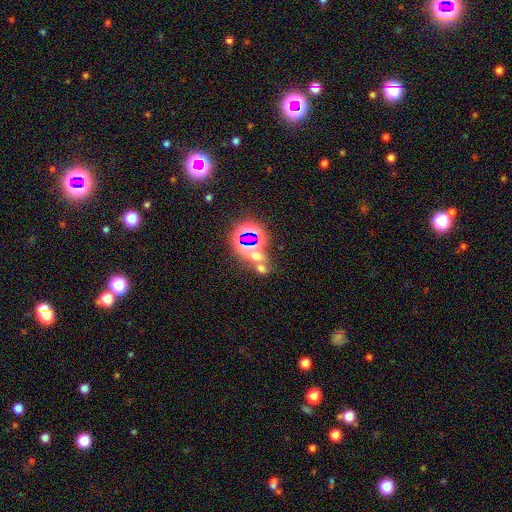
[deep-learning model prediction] A star or artifact, not a galaxy (52%).

Vote fractions:
- Smooth or featured? star or artifact: 52% / smooth: 35% / featured or disk: 12%